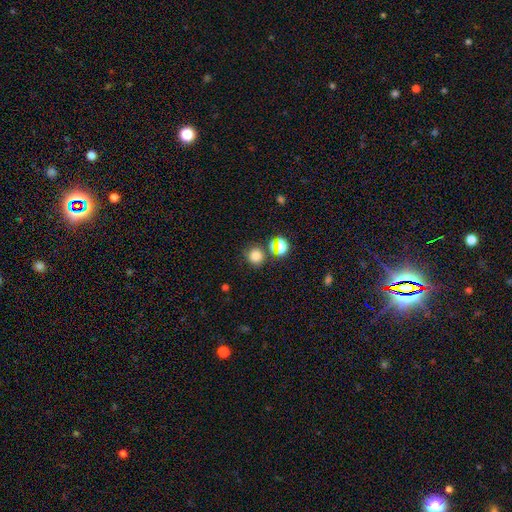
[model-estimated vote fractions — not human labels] A smooth galaxy with no disk features (75%) that is round (90%). Merging: none (74%).